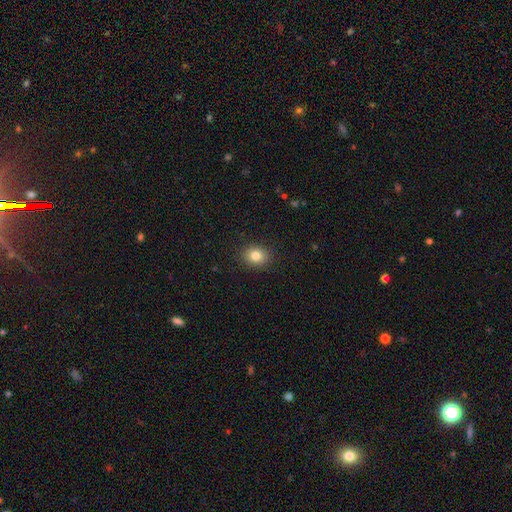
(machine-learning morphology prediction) This is clearly a smooth galaxy (82%). How rounded: possibly round (56%). Merging: clearly none (89%).